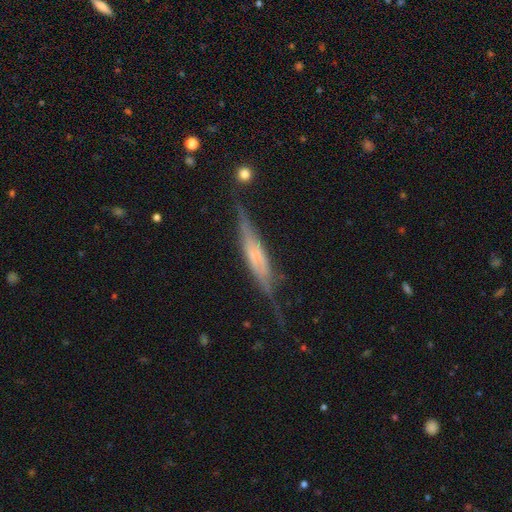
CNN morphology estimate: This appears to be a featured or disk galaxy (73%) viewed edge-on (93%) with a boxy central bulge (47%). Merging: none (66%).